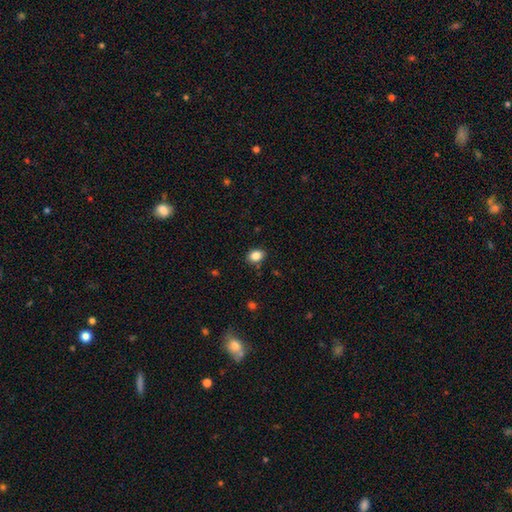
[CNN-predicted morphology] The model was most divided on "how rounded": in between: 63%, round: 36%, cigar-shaped: 1%. More confident: merging — none (86%); smooth or featured — smooth (85%).